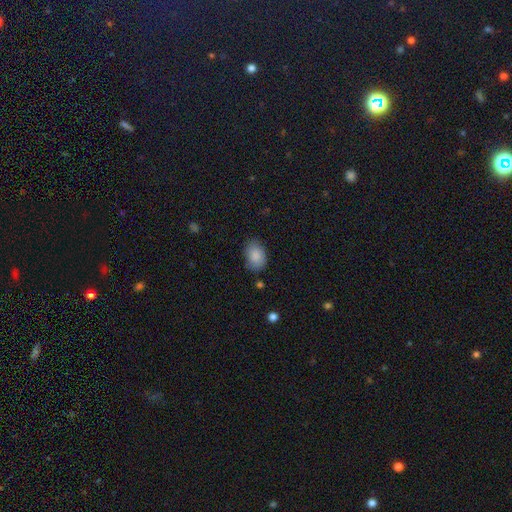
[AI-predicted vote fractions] This is clearly a smooth galaxy (87%). How rounded: clearly in between (81%). Merging: likely none (76%).